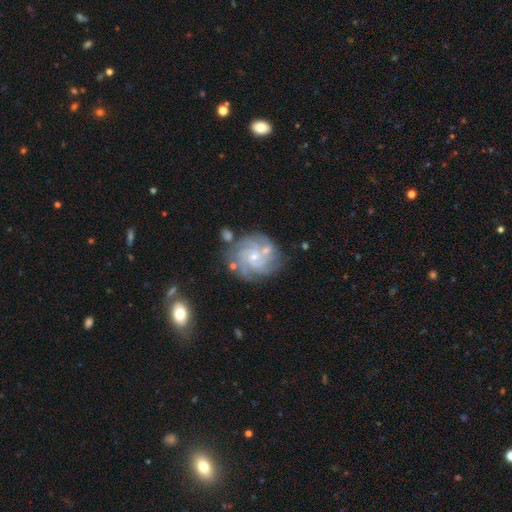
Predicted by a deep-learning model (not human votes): The model was most divided on "spiral arm count" (2-way tie): 4: 28%, can't tell: 28%, 3: 18%, more than 4: 12%, 2: 8%, 1: 5%. More confident: edge-on disk — no (97%); spiral arms — yes (94%); smooth or featured — featured or disk (80%); bar — no (73%); bulge size — small (72%); merging — none (67%); spiral winding — tight (65%).